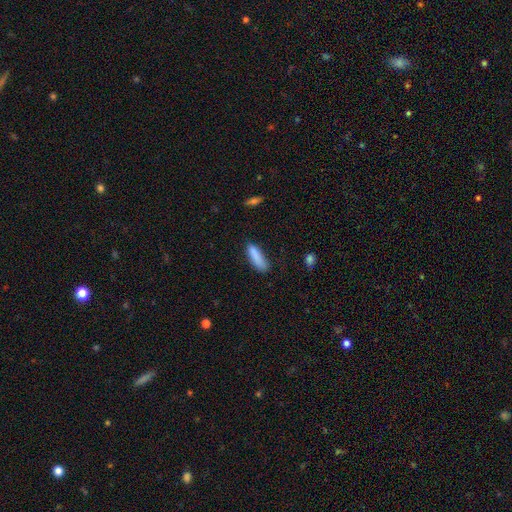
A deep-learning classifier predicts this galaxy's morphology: This is clearly a smooth galaxy (86%). How rounded: likely cigar-shaped (62%). Merging: likely none (70%).